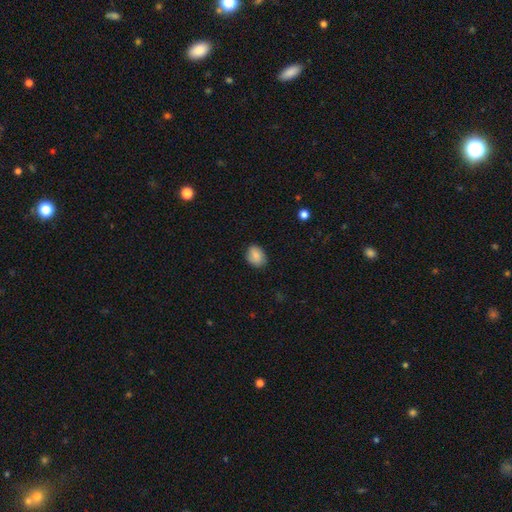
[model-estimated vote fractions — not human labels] A smooth galaxy with no disk features (81%) that is in between round and cigar-shaped (61%). Merging: none (81%).